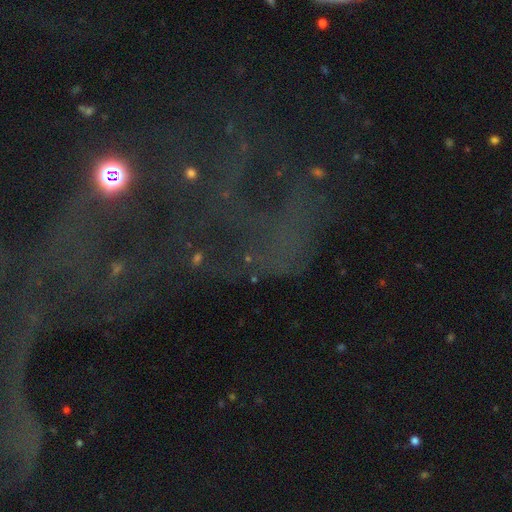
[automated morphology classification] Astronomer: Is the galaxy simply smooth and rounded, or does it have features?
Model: star or artifact — 60%.